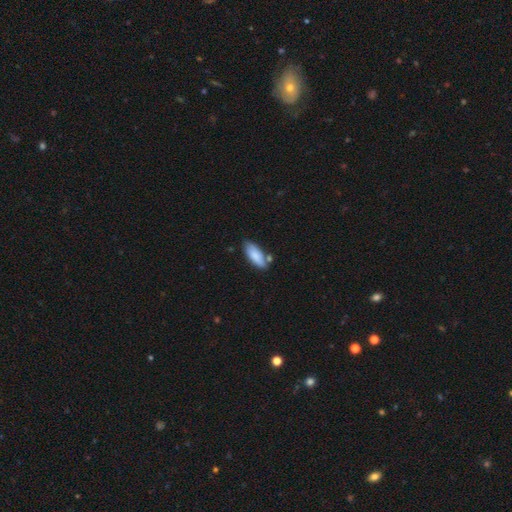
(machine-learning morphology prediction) Overall: smooth (83%). How rounded: in between (73%). Merging: none (67%).